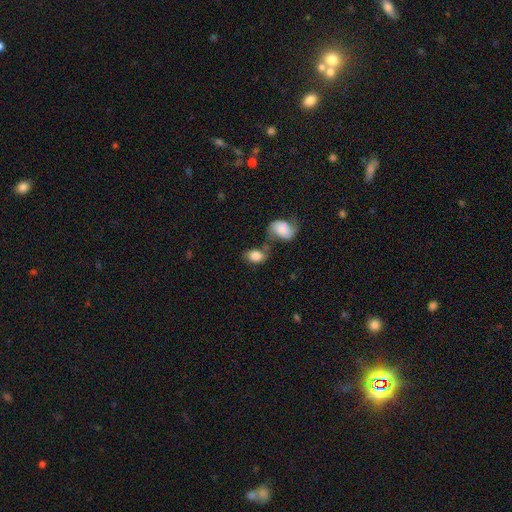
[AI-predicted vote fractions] Morphology: type=smooth (81%); roundness=in between (81%); merging=none (41%).